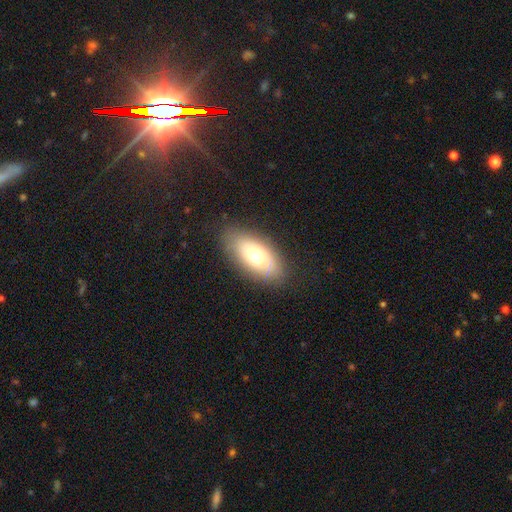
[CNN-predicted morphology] Smooth or featured? Predicted: smooth (p=0.67). How rounded? Predicted: in between (p=0.89). Merging? Predicted: none (p=0.82).